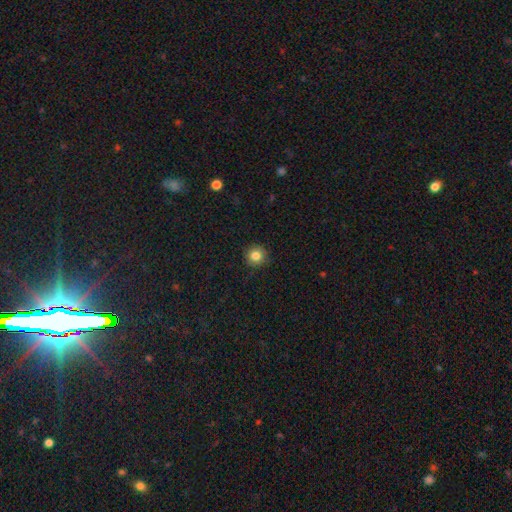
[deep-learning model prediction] Smooth or featured: smooth — 83% (star or artifact — 11%)
How rounded: round — 94% (in between — 5%)
Merging: none — 90% (minor disturbance — 7%)